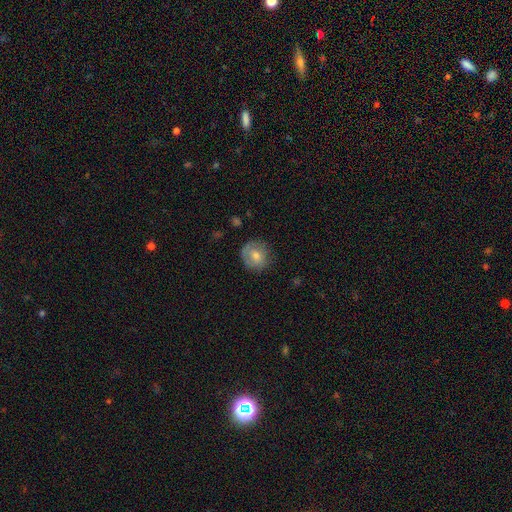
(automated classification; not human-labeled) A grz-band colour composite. It shows a smooth galaxy with no disk features (61%) that is round (86%). Merging: none (77%).